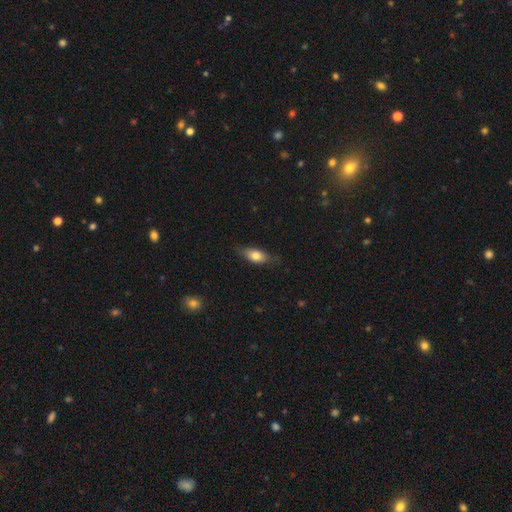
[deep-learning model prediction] A smooth galaxy with no disk features (75%) that is in between round and cigar-shaped (80%).

Vote fractions:
- Smooth or featured? smooth: 75% / featured or disk: 18% / star or artifact: 7%
- How rounded? in between: 80% / cigar-shaped: 15% / round: 5%
- Merging? none: 74% / minor disturbance: 20% / major disturbance: 4% / merger: 1%